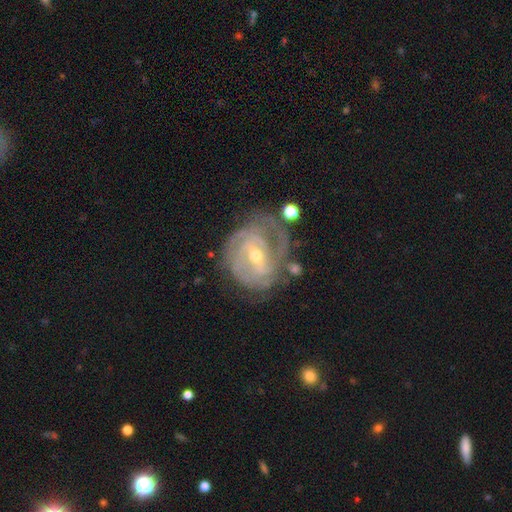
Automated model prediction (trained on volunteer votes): Smooth or featured? featured or disk (87%)
Edge-on disk? no (97%)
Bar? weak (50%)
Spiral arms? yes (93%)
Spiral winding? tight (65%)
Spiral arm count? can't tell (33%)
Bulge size? moderate (49%)
Merging? none (57%)